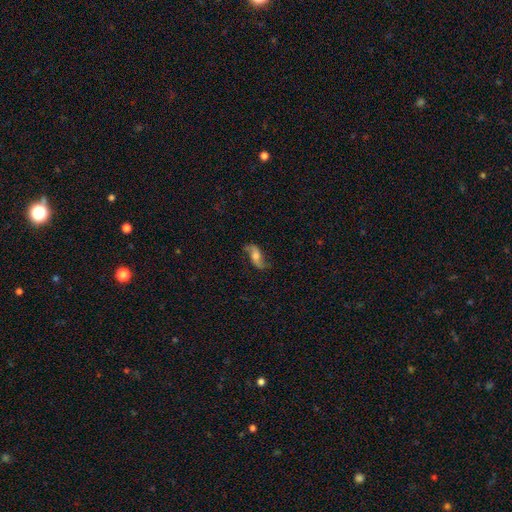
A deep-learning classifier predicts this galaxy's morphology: A featured or disk galaxy (69%) with no bar (55%), 2 (92%) loose (78%) spiral arms (92%) and a moderate central bulge (45%). Merging: none (74%).